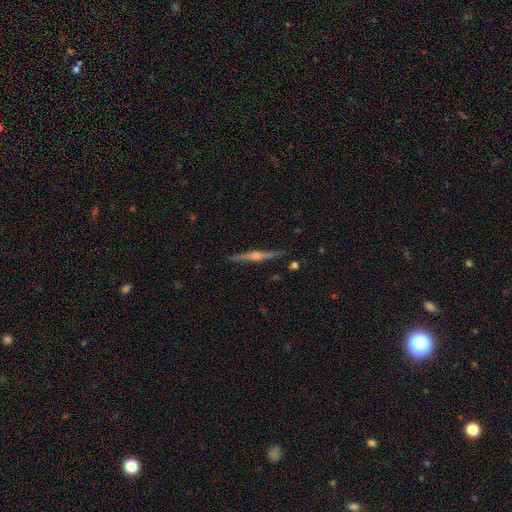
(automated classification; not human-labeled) This is clearly a featured or disk galaxy (85%). It is clearly viewed edge-on (98%). Edge-on bulge: clearly rounded (90%). Merging: clearly none (91%).